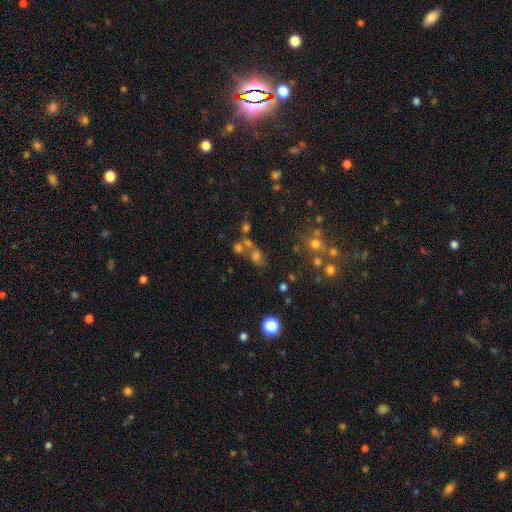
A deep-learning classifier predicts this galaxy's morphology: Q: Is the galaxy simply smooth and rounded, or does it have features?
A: smooth — 52%.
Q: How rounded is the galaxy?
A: in between — 49%.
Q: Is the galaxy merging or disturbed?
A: none — 45%.